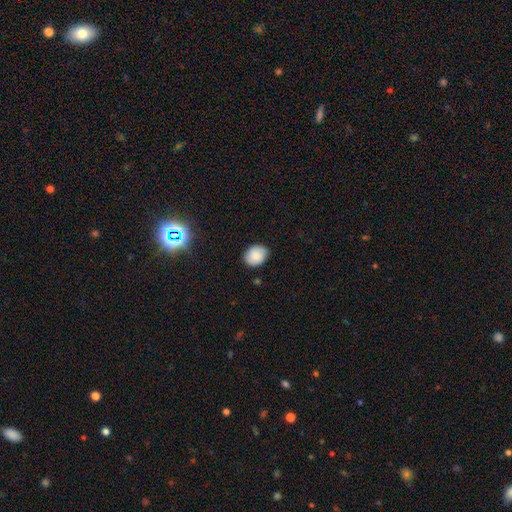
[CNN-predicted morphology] A smooth galaxy with no disk features (84%) that is in between round and cigar-shaped (51%).

Vote fractions:
- Smooth or featured? smooth: 84% / star or artifact: 9% / featured or disk: 8%
- How rounded? in between: 51% / round: 49% / cigar-shaped: 1%
- Merging? none: 79% / minor disturbance: 17% / major disturbance: 3% / merger: 1%